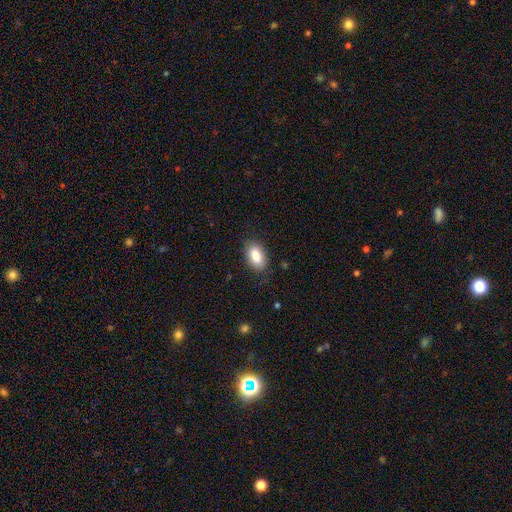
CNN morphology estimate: Smooth or featured? Predicted: smooth (p=0.86). How rounded? Predicted: in between (p=0.92). Merging? Predicted: none (p=0.81).